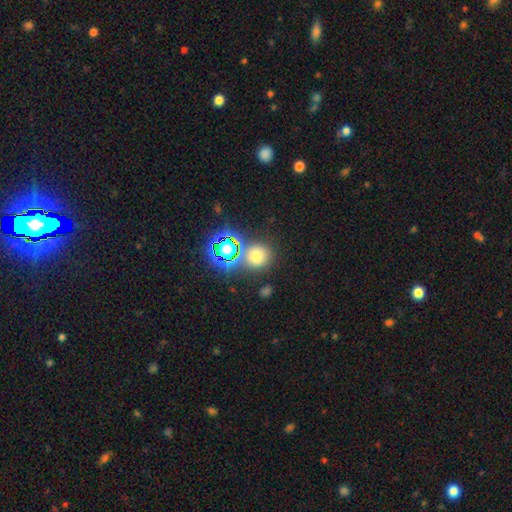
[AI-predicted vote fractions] Smooth or featured: smooth — 59% (star or artifact — 32%)
How rounded: round — 79% (in between — 19%)
Merging: none — 71% (merger — 13%)